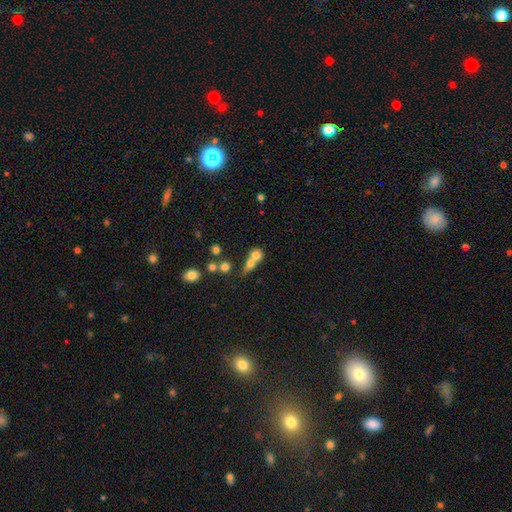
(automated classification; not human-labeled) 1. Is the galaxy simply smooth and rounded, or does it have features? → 70% smooth, 18% featured or disk, 12% star or artifact.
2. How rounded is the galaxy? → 73% round, 25% in between, 3% cigar-shaped.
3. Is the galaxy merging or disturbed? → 64% merger, 25% none, 6% minor disturbance, 5% major disturbance.